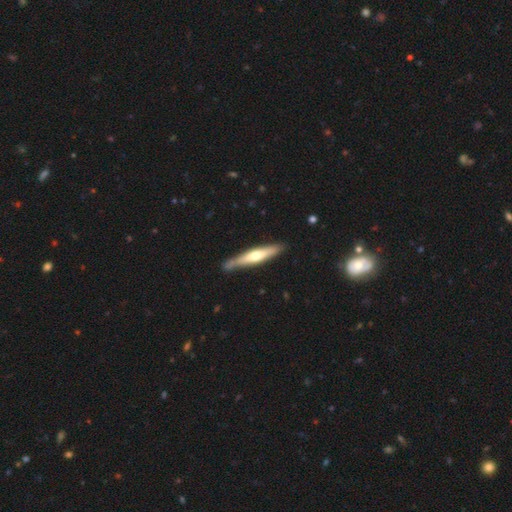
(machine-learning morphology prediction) Smooth or featured: featured or disk — 54% (smooth — 42%)
Edge-on disk: yes — 92% (no — 8%)
Merging: none — 79% (minor disturbance — 15%)